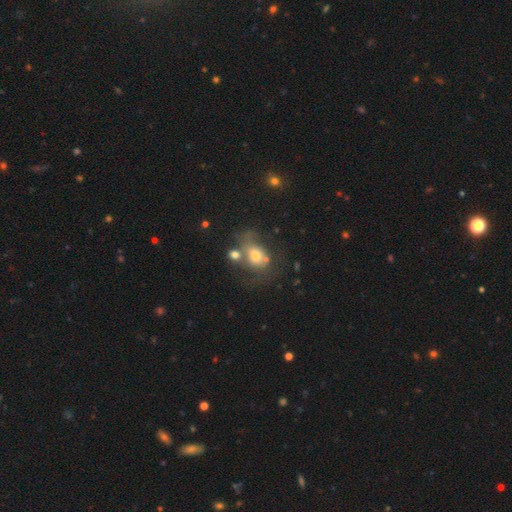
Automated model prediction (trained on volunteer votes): Overall: smooth (58%; featured or disk 29%). How rounded: in between (55%; round 43%). Merging: none (36%; merger 24%).